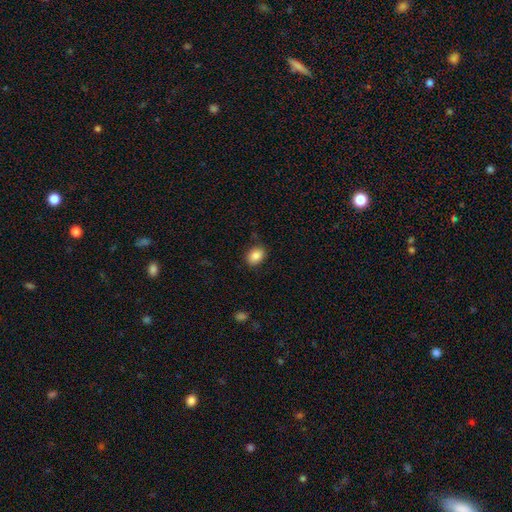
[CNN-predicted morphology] smooth 87%, star or artifact 8%, featured or disk 5%. Down the decision tree: how rounded — in between (66%); merging — none (86%).